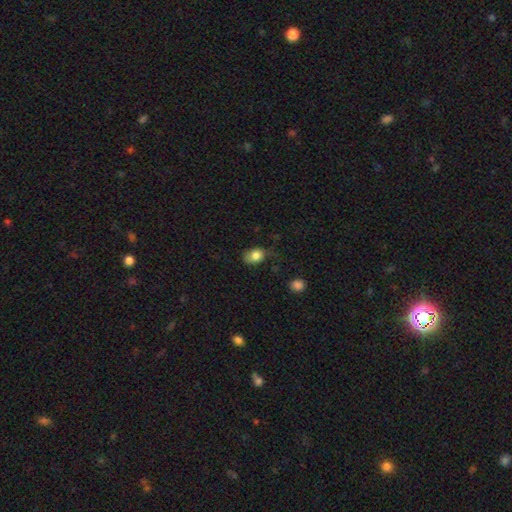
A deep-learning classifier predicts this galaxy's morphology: Q: Smooth or featured?
A: smooth (81%); runner-up: featured or disk (10%)
Q: How rounded?
A: in between (64%); runner-up: round (34%)
Q: Merging?
A: none (50%); runner-up: minor disturbance (34%)